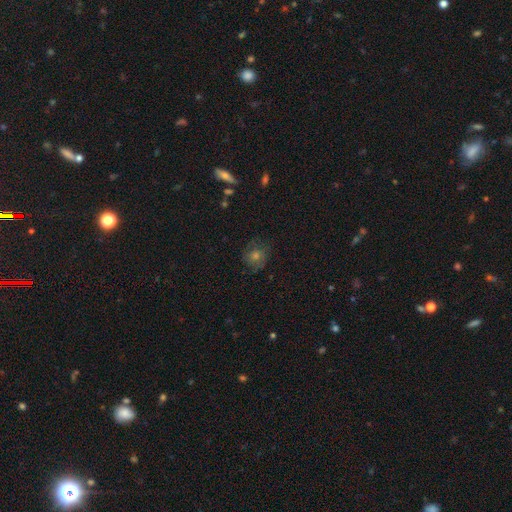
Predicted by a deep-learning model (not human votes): smooth-or-featured: smooth: 41% | featured or disk: 35% | star or artifact: 24%
  merging: none: 77% | minor disturbance: 15% | major disturbance: 6% | merger: 1%